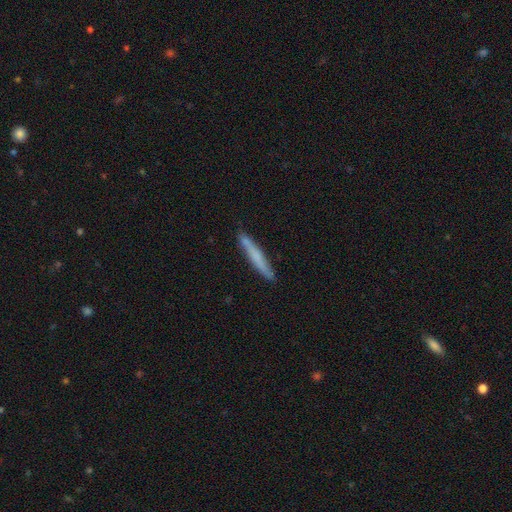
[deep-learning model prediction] Smooth or featured? Predicted: smooth (p=0.60). How rounded? Predicted: cigar-shaped (p=0.96). Merging? Predicted: none (p=0.84).